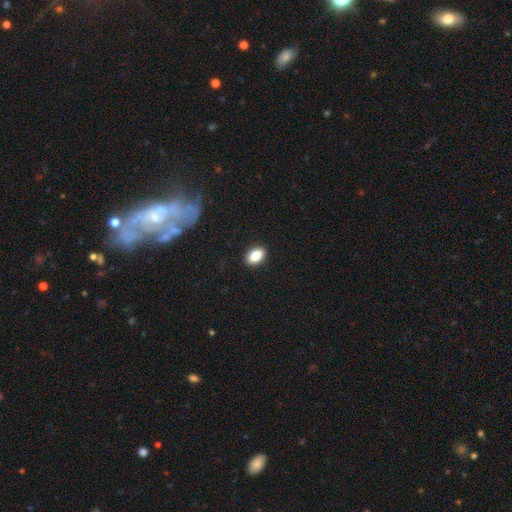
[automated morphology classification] A smooth galaxy with no disk features (85%) that is in between round and cigar-shaped (87%). Merging: none (90%).